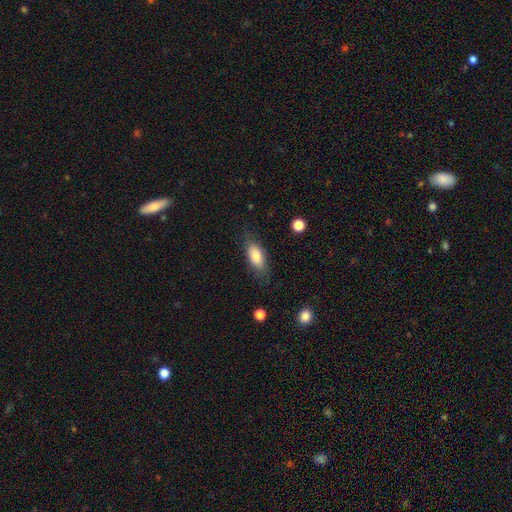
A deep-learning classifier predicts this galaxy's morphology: Smooth or featured: smooth — 79% (featured or disk — 14%)
How rounded: in between — 81% (cigar-shaped — 16%)
Merging: none — 75% (minor disturbance — 17%)